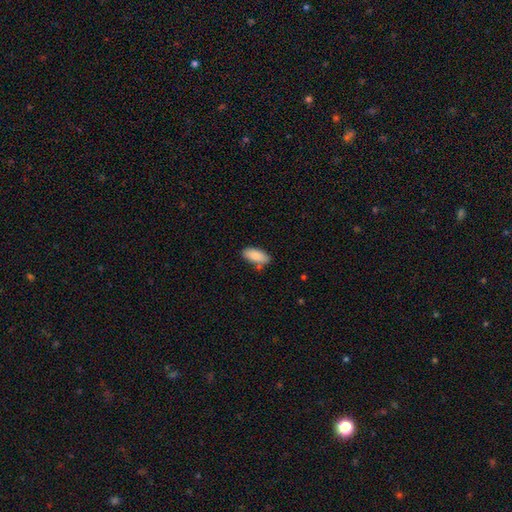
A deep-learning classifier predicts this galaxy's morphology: smooth 87%, featured or disk 6%, star or artifact 6%. Down the decision tree: how rounded — in between (87%); merging — none (74%).